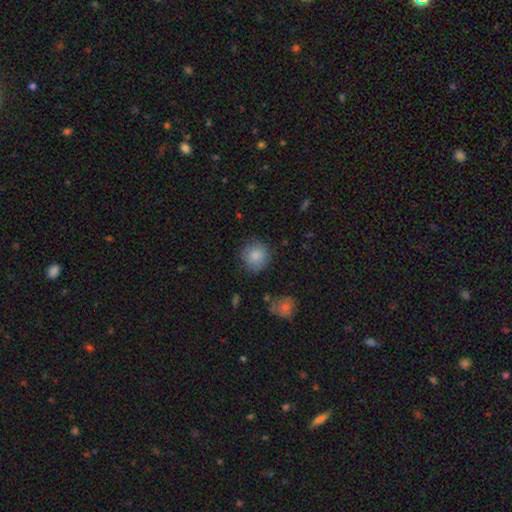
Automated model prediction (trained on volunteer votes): Smooth or featured? smooth (86%)
How rounded? round (92%)
Merging? none (84%)